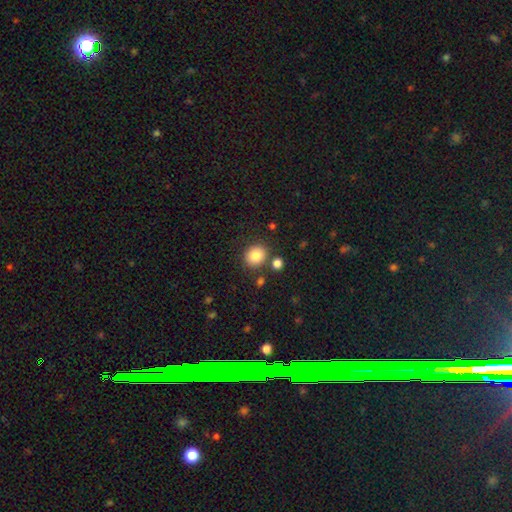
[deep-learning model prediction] A smooth galaxy with no disk features (85%) that is round (72%). Merging: none (82%).